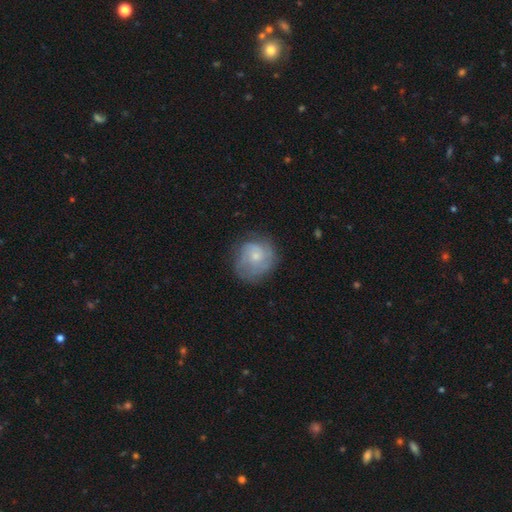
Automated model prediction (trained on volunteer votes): featured or disk 57%, smooth 36%, star or artifact 7%. Down the decision tree: edge-on disk — no (98%); bar — no (80%); spiral arms — yes (83%); bulge size — small (65%); merging — none (69%).